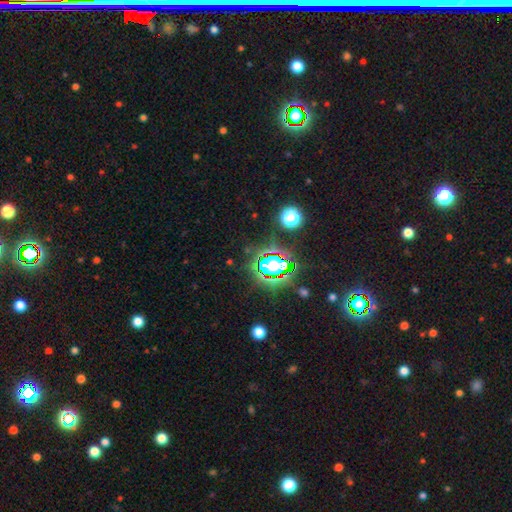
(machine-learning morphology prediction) Smooth or featured? Predicted: star or artifact (p=0.81).